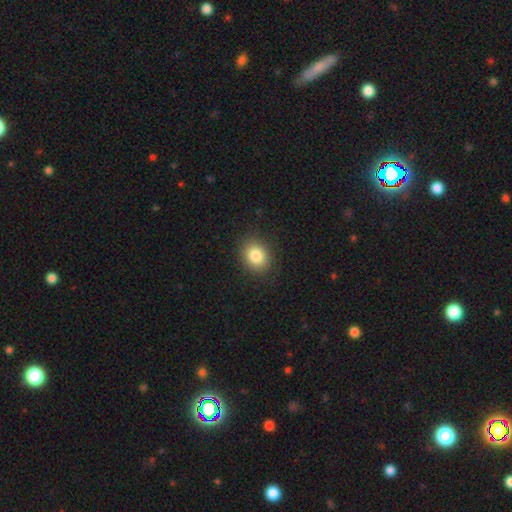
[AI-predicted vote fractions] Smooth or featured: smooth — 84% (star or artifact — 9%)
How rounded: round — 50% (in between — 49%)
Merging: none — 88% (minor disturbance — 8%)